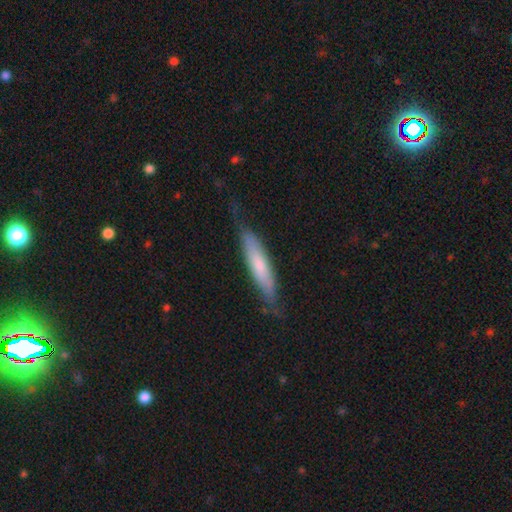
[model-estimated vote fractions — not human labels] Overall: smooth (57%; featured or disk 37%). How rounded: cigar-shaped (84%). Merging: none (71%).